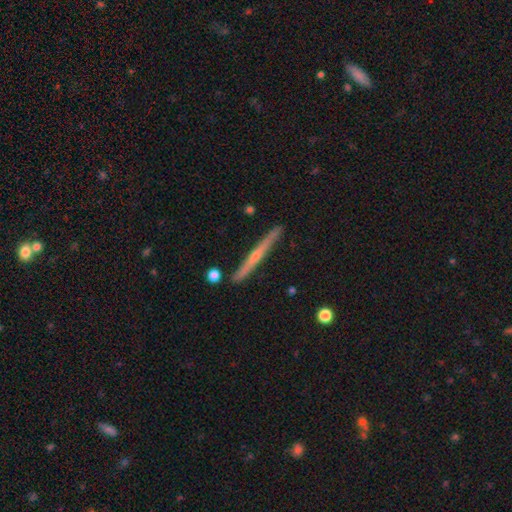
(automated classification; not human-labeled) A featured or disk galaxy (68%) viewed edge-on (95%) with a rounded central bulge (70%). Merging: none (84%).